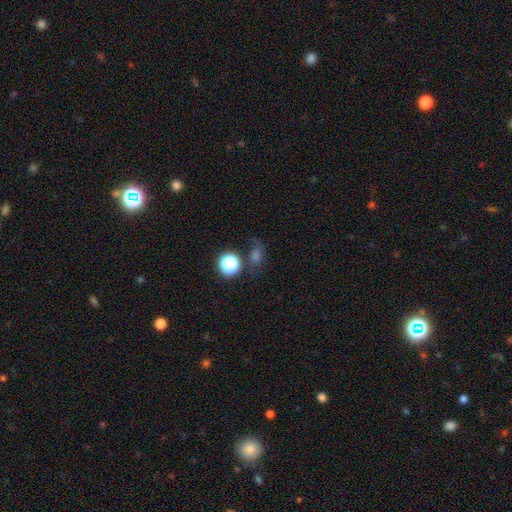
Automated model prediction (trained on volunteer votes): Smooth or featured?
  - smooth: 40% * (tied)
  - star or artifact: 40% * (tied)
  - featured or disk: 19%
Merging?
  - none: 63% *
  - minor disturbance: 17%
  - major disturbance: 12%
  - merger: 8%